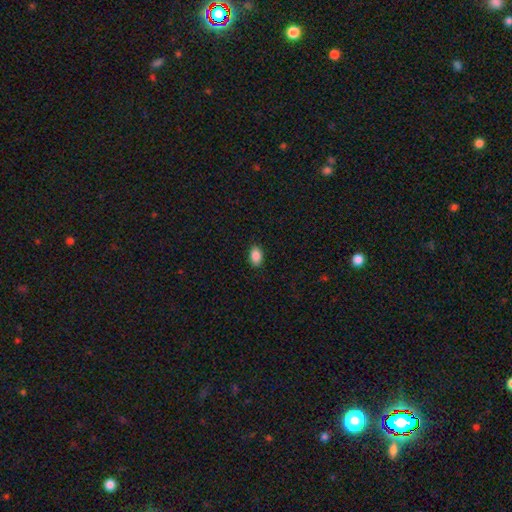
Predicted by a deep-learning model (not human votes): Morphology: type=smooth (89%); roundness=in between (88%); merging=none (89%).